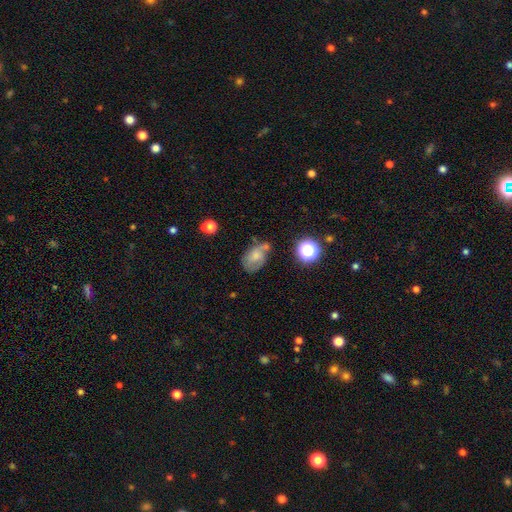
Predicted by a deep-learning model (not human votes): A featured or disk galaxy (44%, tied with smooth). Merging: none (41%).